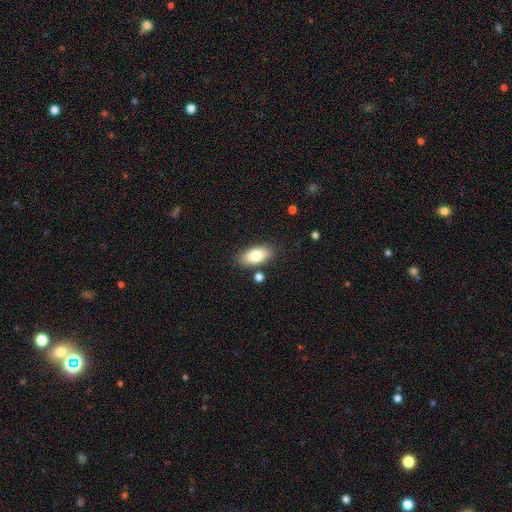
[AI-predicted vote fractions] A smooth galaxy with no disk features (80%) that is in between round and cigar-shaped (90%). Merging: none (83%).